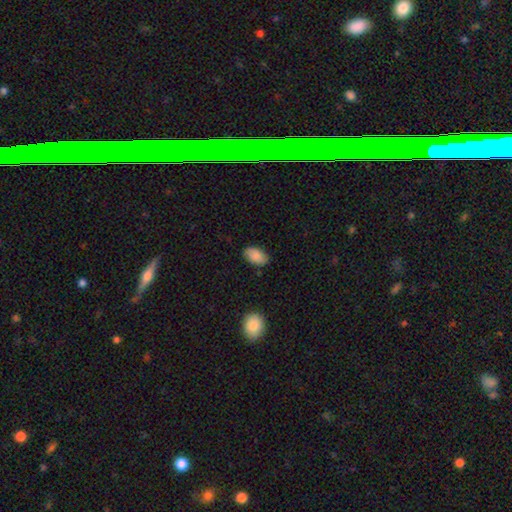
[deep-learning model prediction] The model was most divided on "merging": none: 80%, minor disturbance: 16%, major disturbance: 3%, merger: 1%. More confident: how rounded — in between (93%); smooth or featured — smooth (86%).